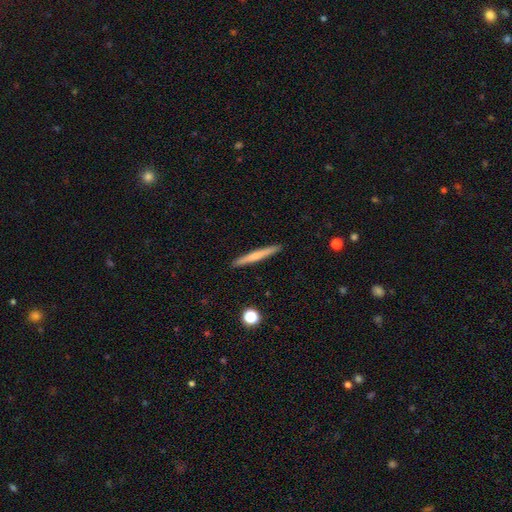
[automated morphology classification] Smooth or featured: smooth — 59% (featured or disk — 35%)
How rounded: cigar-shaped — 97% (in between — 2%)
Merging: none — 92% (minor disturbance — 6%)